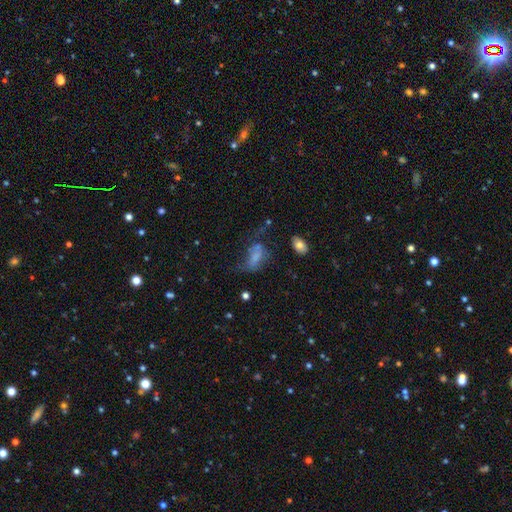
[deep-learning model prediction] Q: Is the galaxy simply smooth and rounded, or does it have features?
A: smooth — 55%.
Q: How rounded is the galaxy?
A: in between — 86%.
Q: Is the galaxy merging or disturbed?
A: major disturbance — 46%.